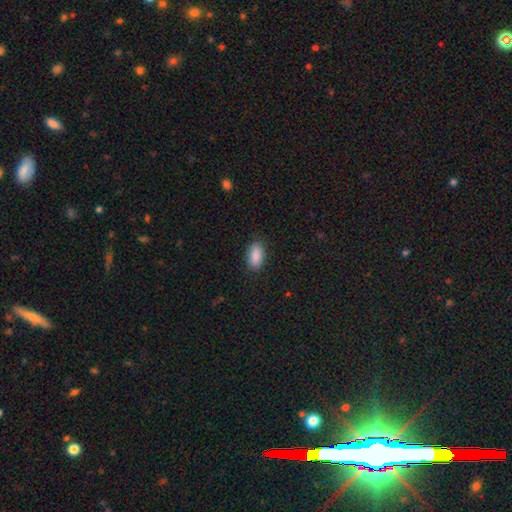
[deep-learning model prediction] Overall: smooth (89%). How rounded: in between (92%). Merging: none (87%).